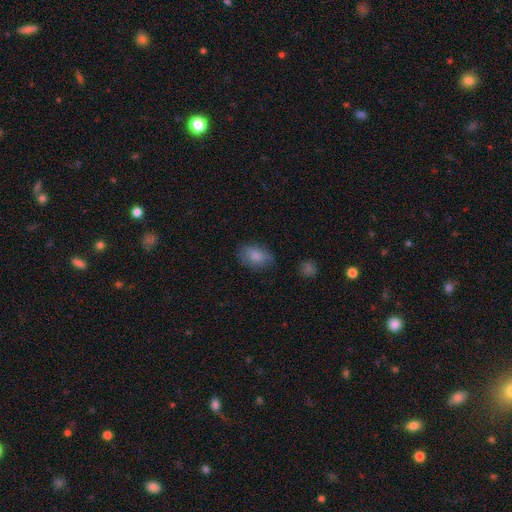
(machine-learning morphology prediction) The model was most divided on "merging": none: 71%, minor disturbance: 21%, major disturbance: 6%, merger: 2%. More confident: how rounded — in between (86%); smooth or featured — smooth (82%).